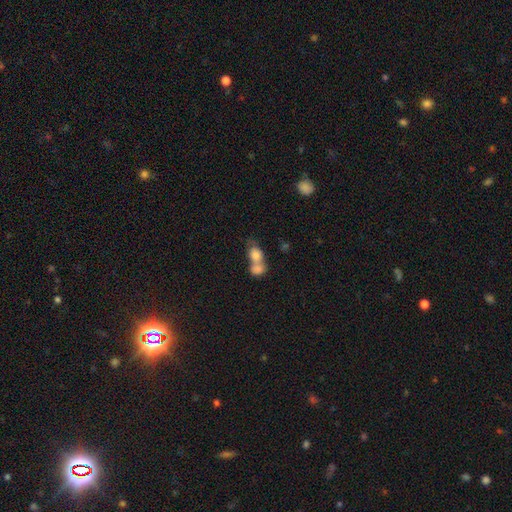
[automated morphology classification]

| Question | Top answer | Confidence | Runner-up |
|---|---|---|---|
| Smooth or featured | smooth | 75% | featured or disk (16%) |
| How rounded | in between | 52% | round (46%) |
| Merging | merger | 75% | none (16%) |